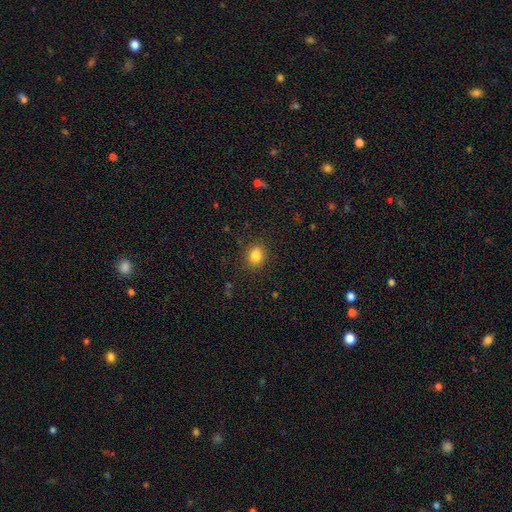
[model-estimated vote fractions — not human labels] The model was most divided on "how rounded": round: 65%, in between: 34%, cigar-shaped: 1%. More confident: merging — none (88%); smooth or featured — smooth (83%).